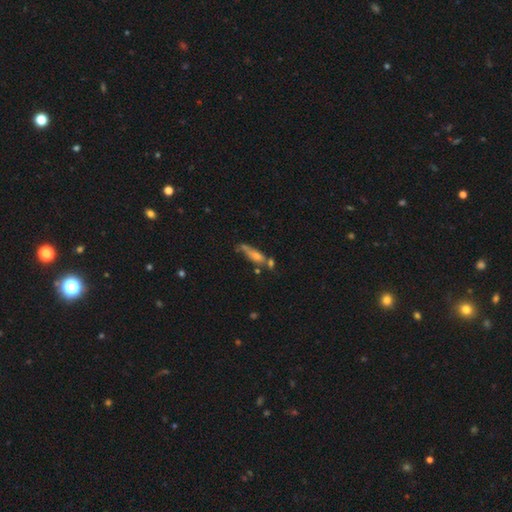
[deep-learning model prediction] featured or disk 43%, smooth 42%, star or artifact 15%. Down the decision tree: merging — none (38%).